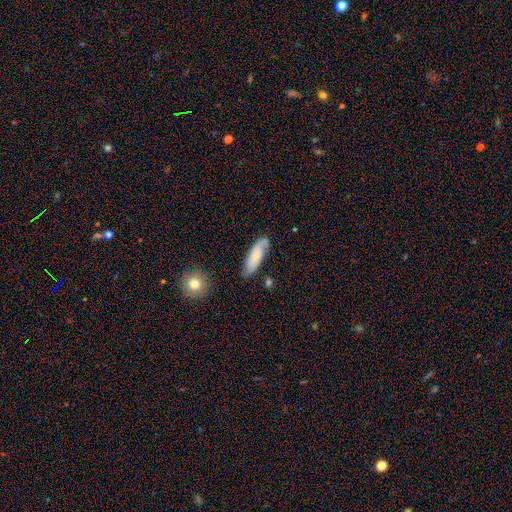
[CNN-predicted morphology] The model was most divided on "smooth or featured": smooth: 48%, featured or disk: 46%, star or artifact: 7%. More confident: merging — none (76%).